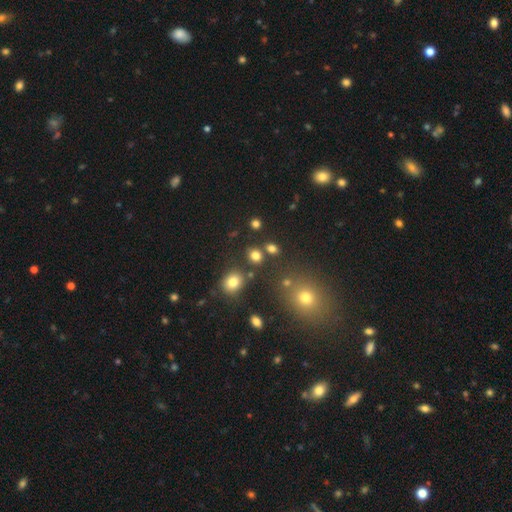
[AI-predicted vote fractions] Smooth or featured? Predicted: smooth (p=0.77). How rounded? Predicted: round (p=0.70). Merging? Predicted: none (p=0.77).